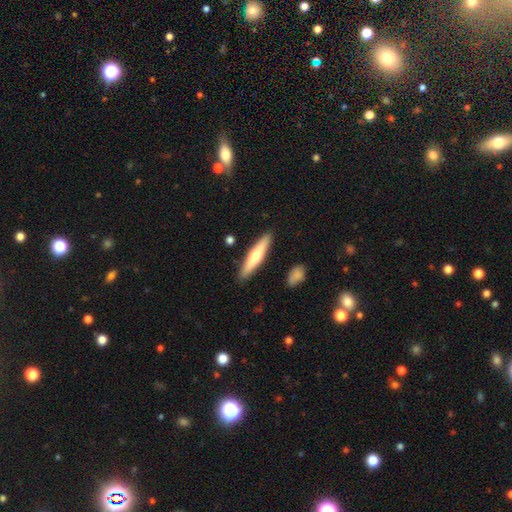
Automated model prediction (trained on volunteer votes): Q: Smooth or featured?
A: smooth (52%); runner-up: featured or disk (43%)
Q: How rounded?
A: cigar-shaped (85%); runner-up: in between (14%)
Q: Merging?
A: none (89%); runner-up: minor disturbance (8%)